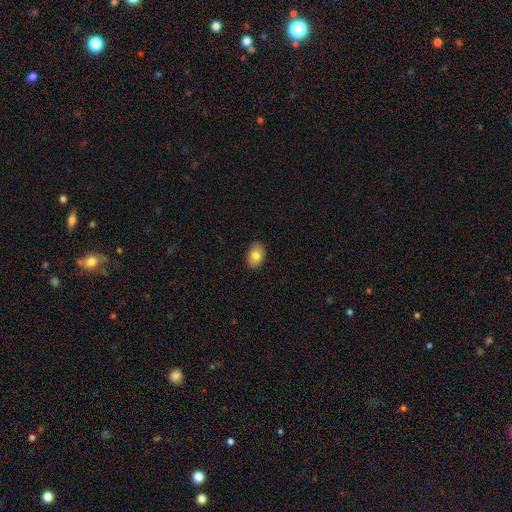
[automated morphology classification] A smooth galaxy with no disk features (83%) that is in between round and cigar-shaped (87%). Merging: none (89%).